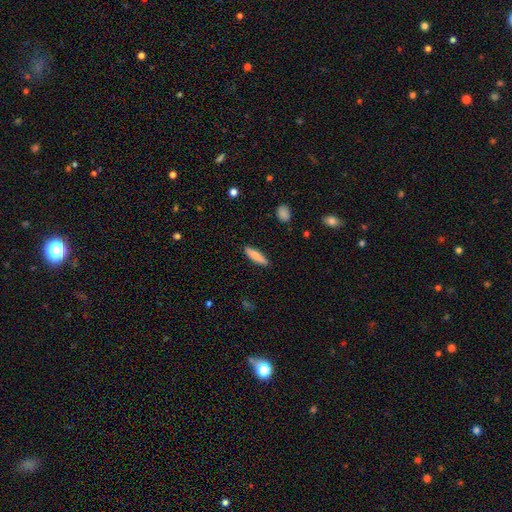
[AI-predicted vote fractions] smooth 77%, featured or disk 18%, star or artifact 6%. Down the decision tree: how rounded — cigar-shaped (73%); merging — none (89%).